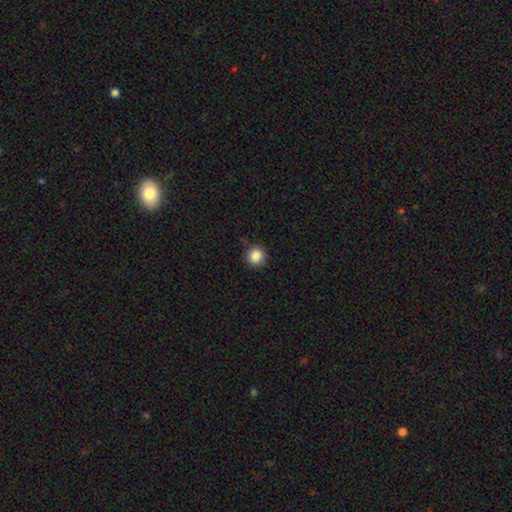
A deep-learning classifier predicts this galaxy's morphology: A smooth galaxy with no disk features (86%) that is round (94%).

Vote fractions:
- Smooth or featured? smooth: 86% / star or artifact: 10% / featured or disk: 4%
- How rounded? round: 94% / in between: 5% / cigar-shaped: 1%
- Merging? none: 88% / minor disturbance: 9% / major disturbance: 2% / merger: 1%